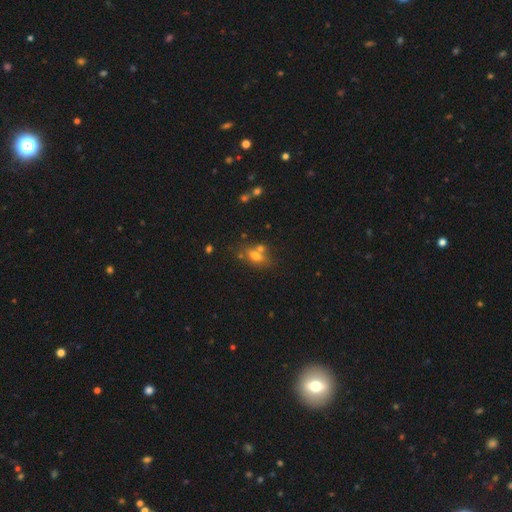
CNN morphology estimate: Smooth or featured? smooth (61%)
How rounded? in between (74%)
Merging? none (53%)